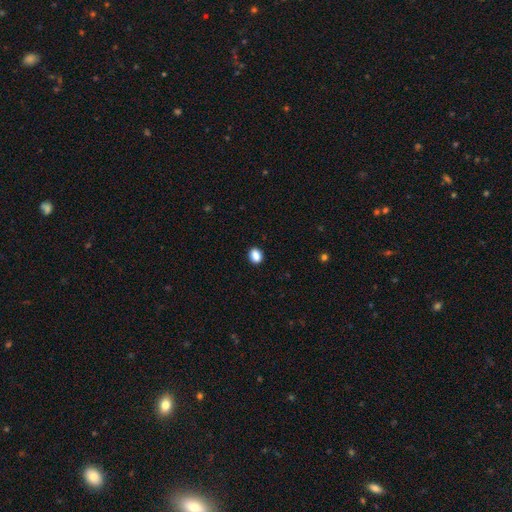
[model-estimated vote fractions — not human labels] Smooth or featured?
  - smooth: 88% *
  - star or artifact: 9%
  - featured or disk: 3%
How rounded?
  - in between: 58% *
  - round: 41%
  - cigar-shaped: 1%
Merging?
  - none: 91% *
  - minor disturbance: 6%
  - major disturbance: 2%
  - merger: 1%